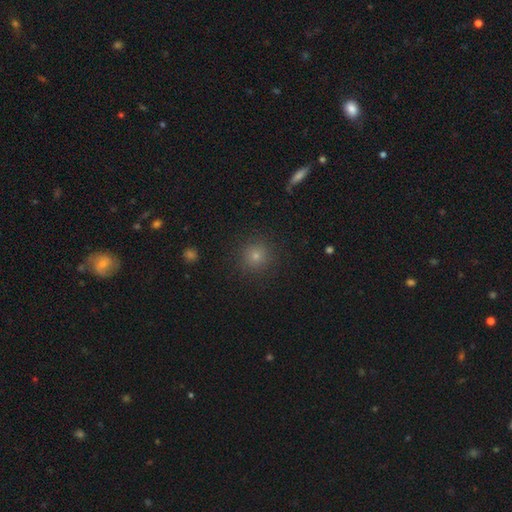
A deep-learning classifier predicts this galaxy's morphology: This appears to be a smooth galaxy with no disk features (71%) that is round (95%). Merging: none (91%).